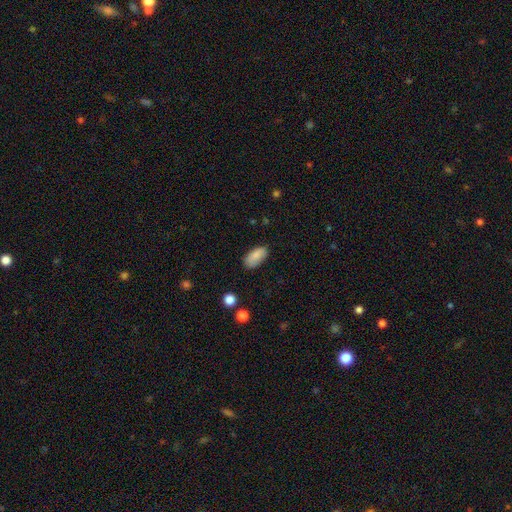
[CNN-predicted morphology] Smooth or featured? Predicted: smooth (p=0.87). How rounded? Predicted: in between (p=0.92). Merging? Predicted: none (p=0.81).